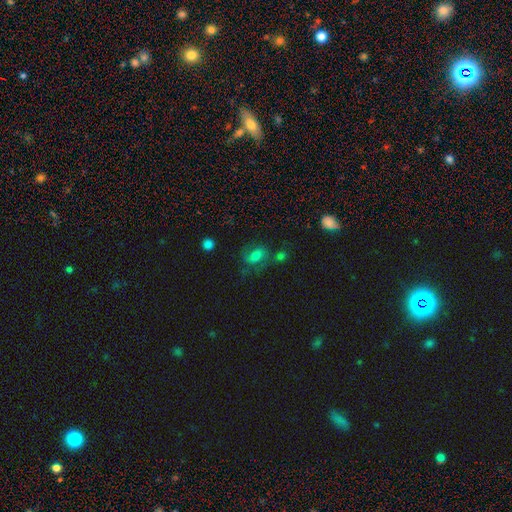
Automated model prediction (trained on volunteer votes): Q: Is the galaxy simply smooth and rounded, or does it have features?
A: smooth — 54%.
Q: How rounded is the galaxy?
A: in between — 69%.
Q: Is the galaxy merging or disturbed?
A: none — 53%.